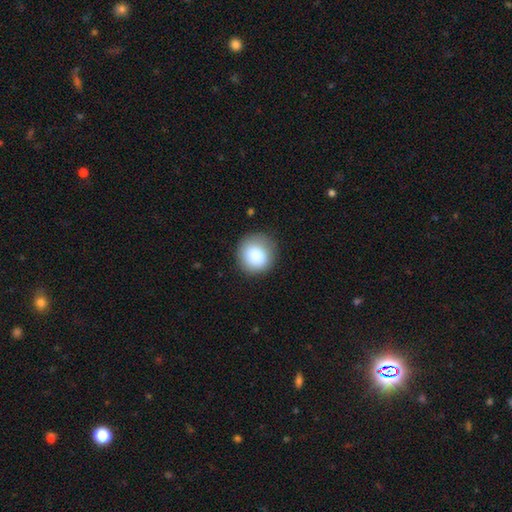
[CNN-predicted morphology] A smooth galaxy with no disk features (85%) that is round (89%). Merging: none (82%).